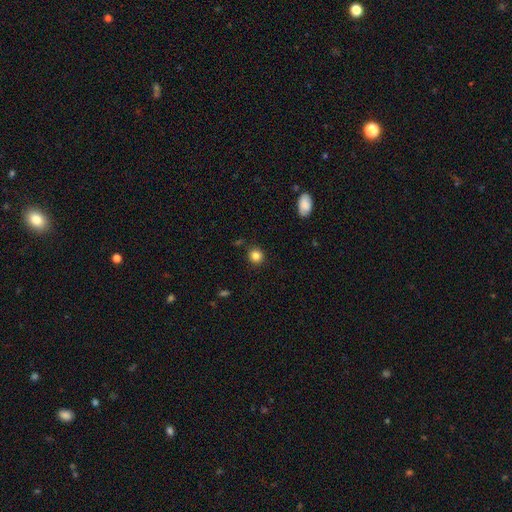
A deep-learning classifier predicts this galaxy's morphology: Smooth or featured?
  - smooth: 84% *
  - star or artifact: 11%
  - featured or disk: 5%
How rounded?
  - round: 89% *
  - in between: 10%
  - cigar-shaped: 1%
Merging?
  - none: 89% *
  - minor disturbance: 7%
  - major disturbance: 2%
  - merger: 2%